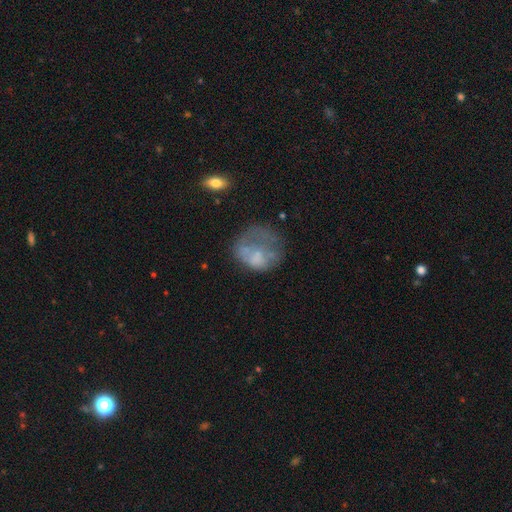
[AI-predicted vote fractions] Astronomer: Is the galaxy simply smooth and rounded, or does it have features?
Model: smooth — 49% (runner-up: featured or disk, 39%).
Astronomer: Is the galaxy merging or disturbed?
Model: major disturbance — 40% (runner-up: none, 31%).